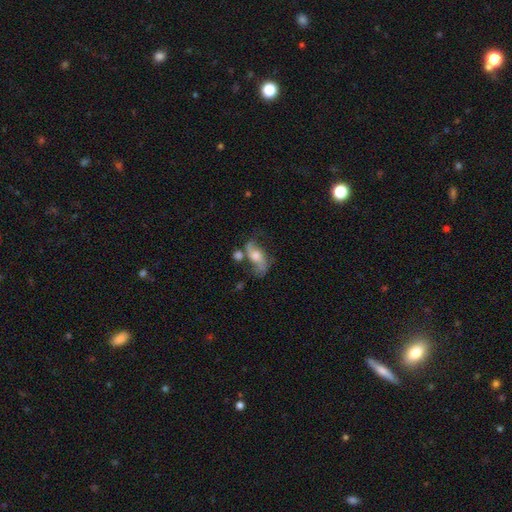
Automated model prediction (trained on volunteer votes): Overall: featured or disk (70%). Edge-on disk: no (90%). Bar: no (53%; weak 33%). Spiral arms: yes (87%). Spiral arm count: 2 (88%). Spiral winding: loose (76%). Bulge size: moderate (60%; small 21%). Merging: none (48%; minor disturbance 19%).